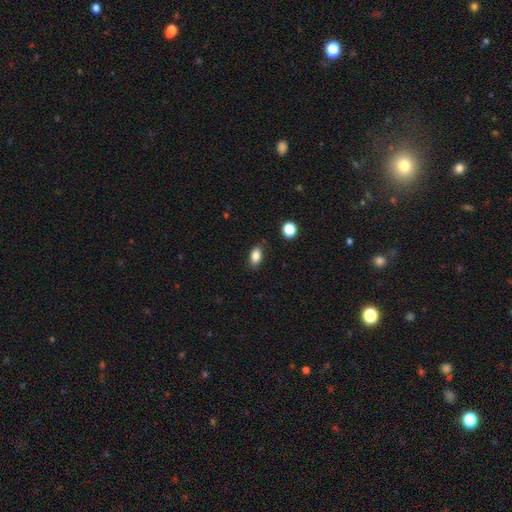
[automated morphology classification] Smooth or featured: smooth — 85% (star or artifact — 9%)
How rounded: in between — 87% (round — 9%)
Merging: none — 84% (minor disturbance — 11%)